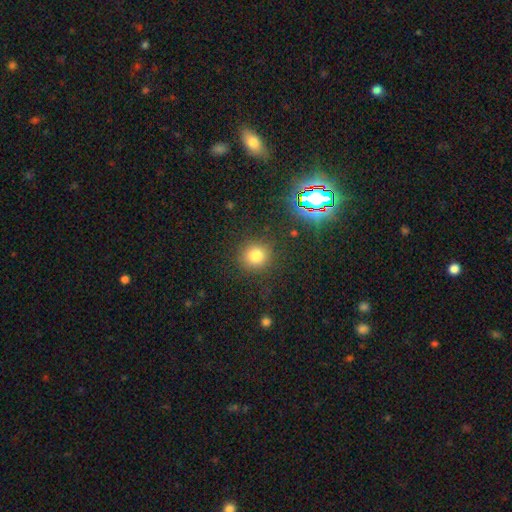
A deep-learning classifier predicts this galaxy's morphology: Smooth or featured: smooth — 77% (star or artifact — 16%)
How rounded: round — 88% (in between — 11%)
Merging: none — 87% (minor disturbance — 8%)